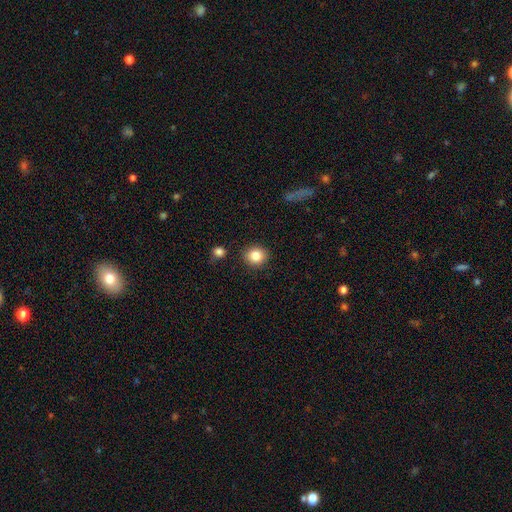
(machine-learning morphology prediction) Smooth or featured: smooth — 84% (star or artifact — 10%)
How rounded: round — 79% (in between — 20%)
Merging: none — 88% (minor disturbance — 7%)